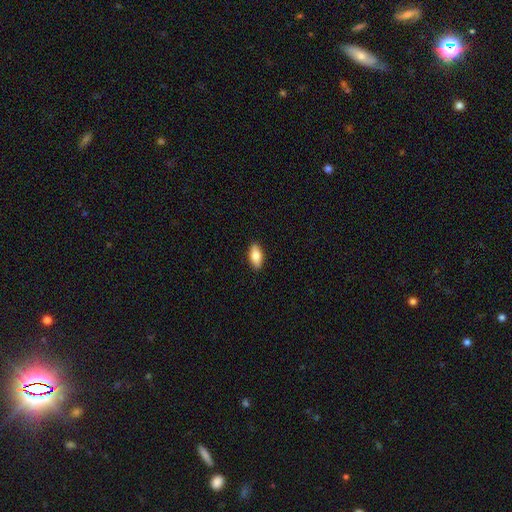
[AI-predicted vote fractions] Smooth or featured? smooth (81%)
How rounded? in between (86%)
Merging? none (89%)